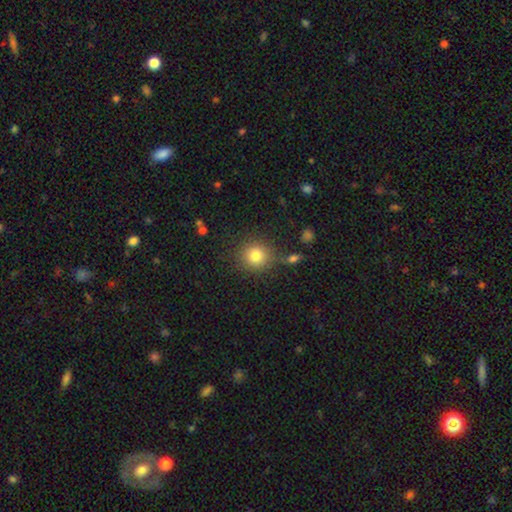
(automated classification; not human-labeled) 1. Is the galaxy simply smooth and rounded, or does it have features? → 81% smooth, 12% star or artifact, 8% featured or disk.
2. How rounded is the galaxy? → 90% round, 9% in between, 1% cigar-shaped.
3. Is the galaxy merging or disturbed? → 81% none, 10% minor disturbance, 6% merger, 4% major disturbance.